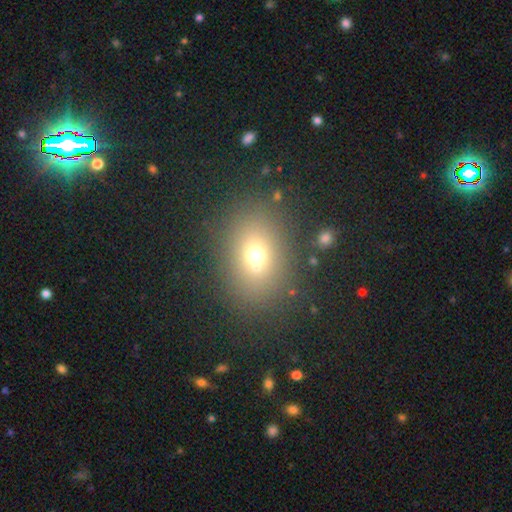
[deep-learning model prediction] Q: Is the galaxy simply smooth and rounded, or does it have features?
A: smooth — 67%.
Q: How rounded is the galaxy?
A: in between — 53%.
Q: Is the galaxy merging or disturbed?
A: none — 75%.